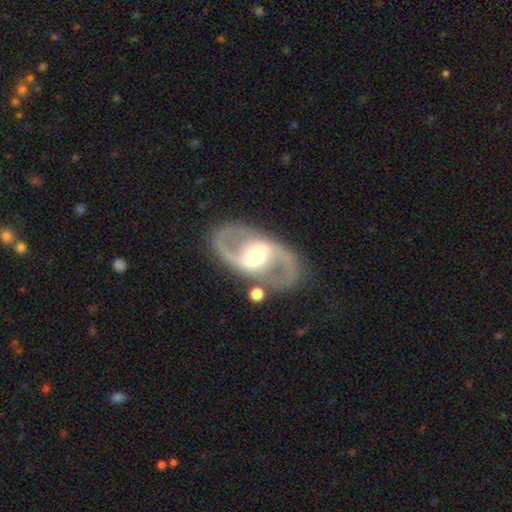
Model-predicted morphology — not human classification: type=featured or disk (85%); edge-on=no (95%); bar=strong (45%); spiral arms=yes (86%); winding=medium (54%); arm count=2 (90%); bulge=moderate (62%); merging=none (81%).